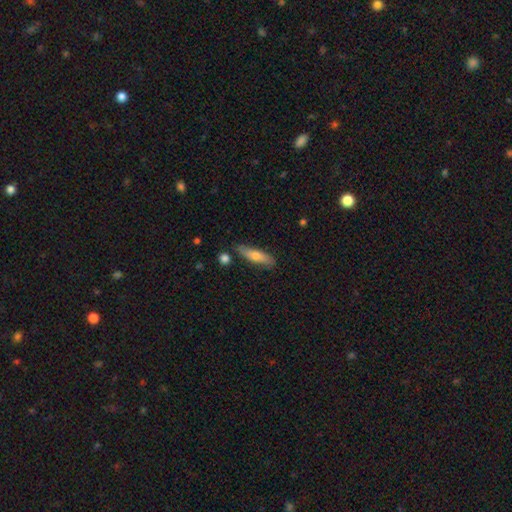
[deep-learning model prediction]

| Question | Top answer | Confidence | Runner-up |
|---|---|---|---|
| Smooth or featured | smooth | 63% | featured or disk (31%) |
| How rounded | cigar-shaped | 68% | in between (29%) |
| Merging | none | 79% | minor disturbance (15%) |